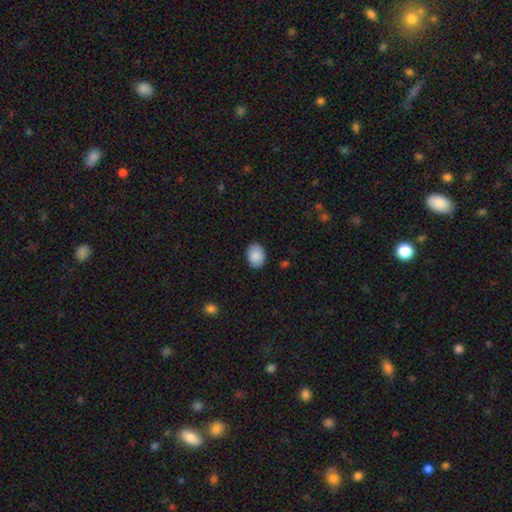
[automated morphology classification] The model was most divided on "how rounded": in between: 68%, round: 32%, cigar-shaped: 1%. More confident: smooth or featured — smooth (90%); merging — none (88%).